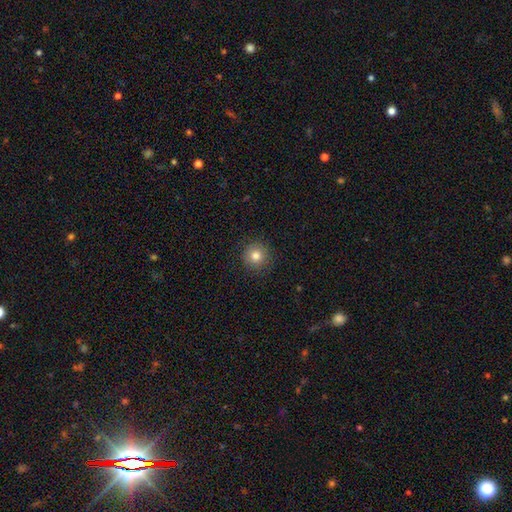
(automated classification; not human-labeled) The model was most divided on "smooth or featured": smooth: 81%, star or artifact: 11%, featured or disk: 8%. More confident: how rounded — round (95%); merging — none (90%).